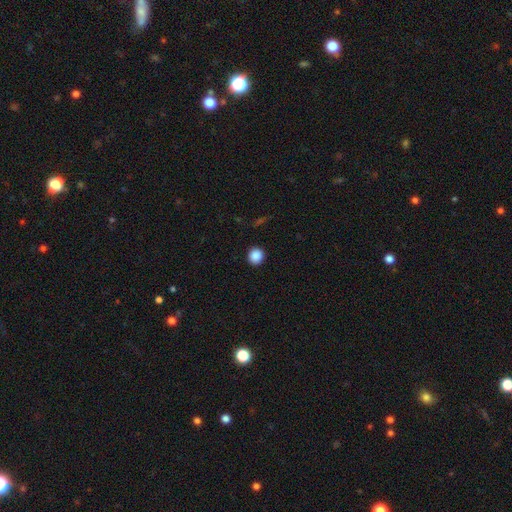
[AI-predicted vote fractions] Q: Smooth or featured?
A: smooth (88%); runner-up: star or artifact (9%)
Q: How rounded?
A: round (93%); runner-up: in between (6%)
Q: Merging?
A: none (92%); runner-up: minor disturbance (5%)